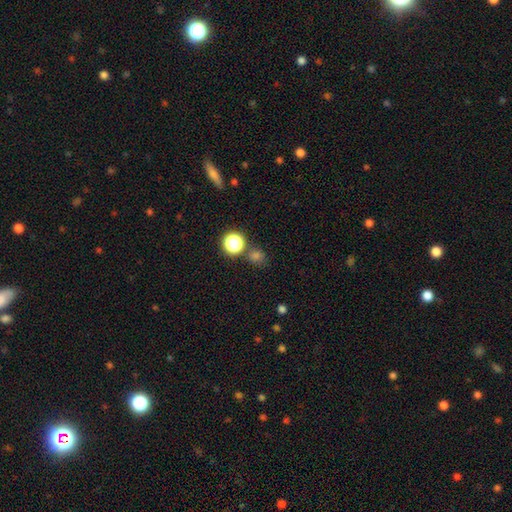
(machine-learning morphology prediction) Smooth or featured: smooth — 53% (star or artifact — 40%)
How rounded: round — 85% (in between — 13%)
Merging: none — 79% (minor disturbance — 9%)